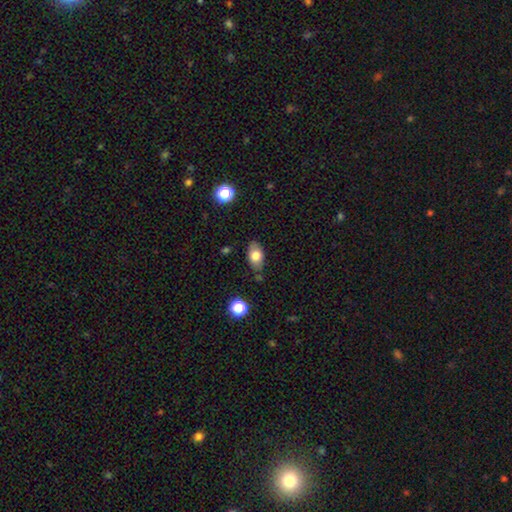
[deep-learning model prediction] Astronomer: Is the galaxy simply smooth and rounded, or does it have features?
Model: smooth — 76%.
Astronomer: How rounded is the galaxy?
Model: in between — 87%.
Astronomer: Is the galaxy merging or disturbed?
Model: none — 77%.